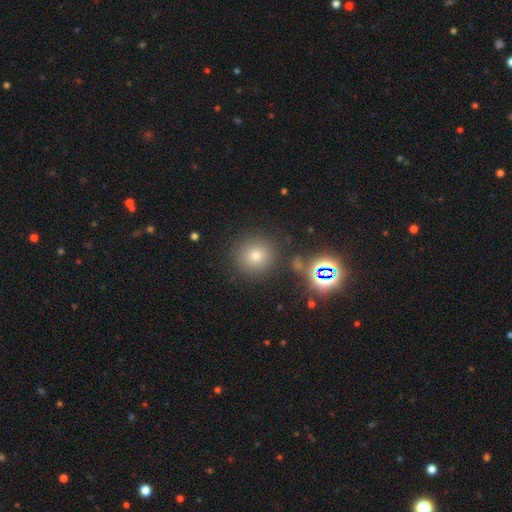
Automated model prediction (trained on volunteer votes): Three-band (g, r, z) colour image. It shows a smooth galaxy with no disk features (67%) that is round (93%). Merging: none (85%).